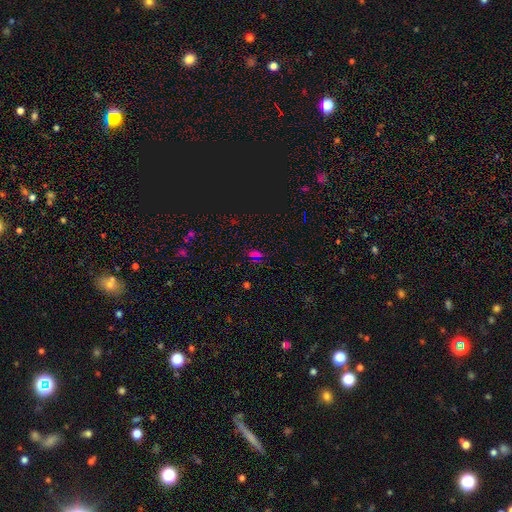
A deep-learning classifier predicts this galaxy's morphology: A star or artifact, not a galaxy (46%).

Vote fractions:
- Smooth or featured? star or artifact: 46% / smooth: 44% / featured or disk: 10%